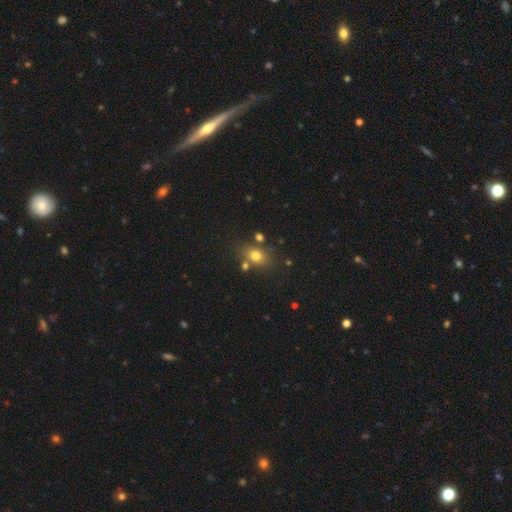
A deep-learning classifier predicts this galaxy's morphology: A smooth galaxy with no disk features (76%) that is in between round and cigar-shaped (57%). Merging: none (71%).